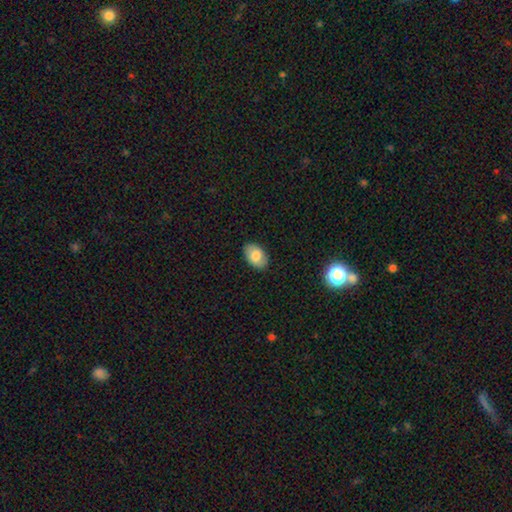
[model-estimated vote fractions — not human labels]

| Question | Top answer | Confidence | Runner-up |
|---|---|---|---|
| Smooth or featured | smooth | 79% | featured or disk (14%) |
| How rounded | in between | 89% | round (10%) |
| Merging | none | 87% | minor disturbance (10%) |